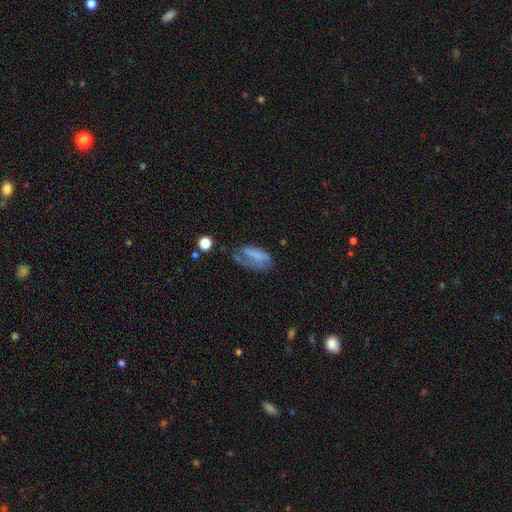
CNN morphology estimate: Overall: smooth (55%; featured or disk 34%). How rounded: in between (86%). Merging: major disturbance (33%, tied with none).